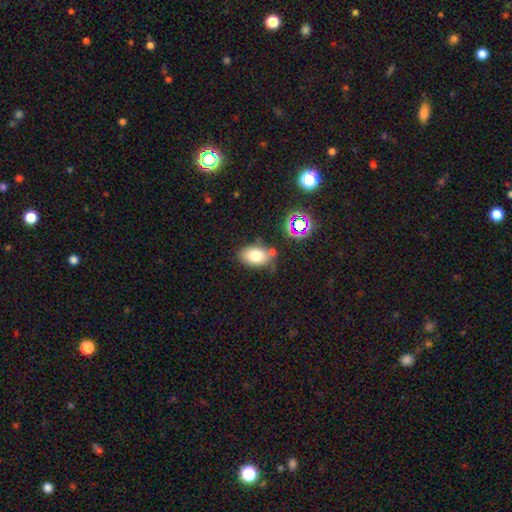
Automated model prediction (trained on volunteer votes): smooth-or-featured: smooth: 76% | star or artifact: 12% | featured or disk: 12%
  how-rounded: in between: 87% | round: 11% | cigar-shaped: 1%
  merging: none: 70% | minor disturbance: 17% | merger: 9% | major disturbance: 4%